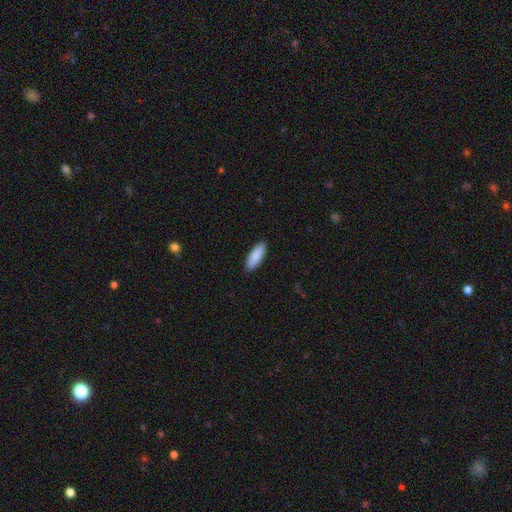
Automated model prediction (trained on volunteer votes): This is clearly a smooth galaxy (90%). How rounded: likely in between (68%). Merging: clearly none (90%).